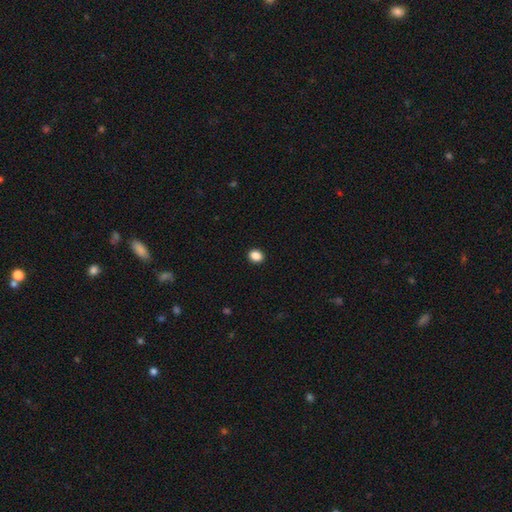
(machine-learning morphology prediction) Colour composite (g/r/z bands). It shows a smooth galaxy with no disk features (88%) that is round (54%). Merging: none (92%).